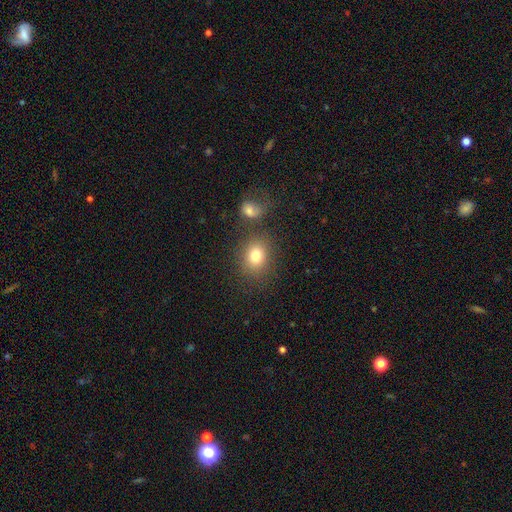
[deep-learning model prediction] A smooth galaxy with no disk features (79%) that is round (61%).

Vote fractions:
- Smooth or featured? smooth: 79% / star or artifact: 12% / featured or disk: 9%
- How rounded? round: 61% / in between: 38% / cigar-shaped: 1%
- Merging? none: 74% / minor disturbance: 11% / merger: 11% / major disturbance: 5%